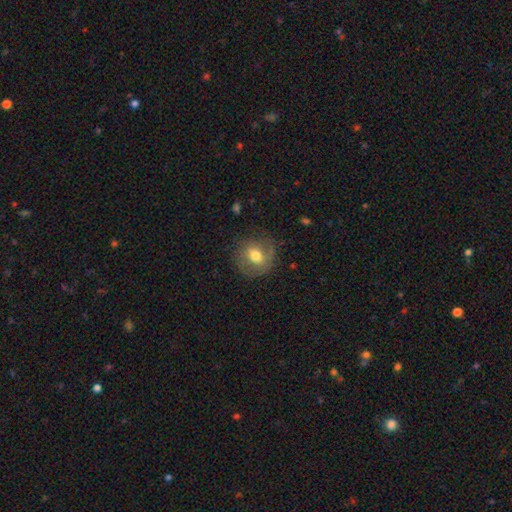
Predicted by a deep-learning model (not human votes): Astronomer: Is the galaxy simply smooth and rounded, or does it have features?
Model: smooth — 57% (runner-up: featured or disk, 35%).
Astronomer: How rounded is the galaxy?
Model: round — 82%.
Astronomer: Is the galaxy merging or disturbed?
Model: none — 73%.